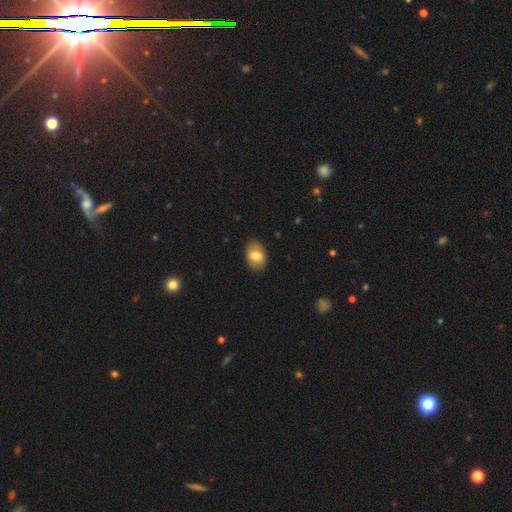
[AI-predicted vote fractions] A smooth galaxy with no disk features (76%) that is in between round and cigar-shaped (83%). Merging: none (84%).